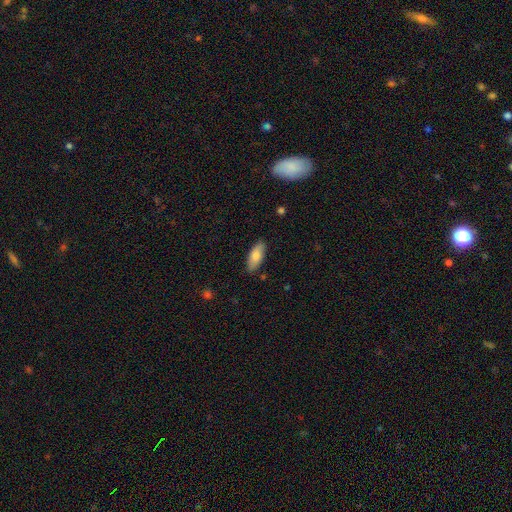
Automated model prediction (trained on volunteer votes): Smooth or featured: smooth — 81% (featured or disk — 13%)
How rounded: in between — 78% (cigar-shaped — 20%)
Merging: none — 86% (minor disturbance — 11%)